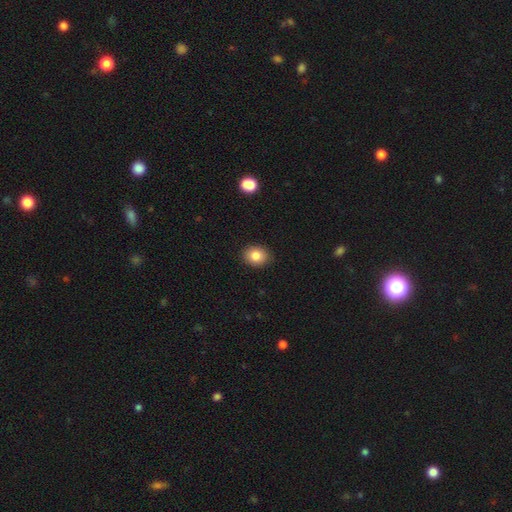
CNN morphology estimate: Smooth or featured?
  - smooth: 82% *
  - star or artifact: 10%
  - featured or disk: 8%
How rounded?
  - round: 55% *
  - in between: 44%
  - cigar-shaped: 1%
Merging?
  - none: 90% *
  - minor disturbance: 7%
  - major disturbance: 2%
  - merger: 1%